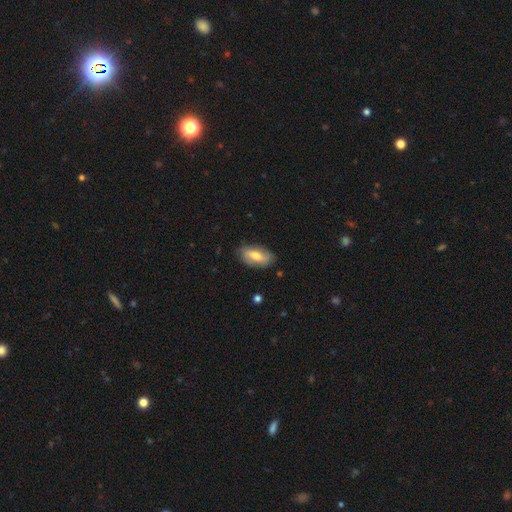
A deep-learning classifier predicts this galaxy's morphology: A smooth galaxy with no disk features (60%) that is in between round and cigar-shaped (90%).

Vote fractions:
- Smooth or featured? smooth: 60% / featured or disk: 34% / star or artifact: 6%
- How rounded? in between: 90% / cigar-shaped: 7% / round: 4%
- Merging? none: 80% / minor disturbance: 15% / major disturbance: 3% / merger: 1%